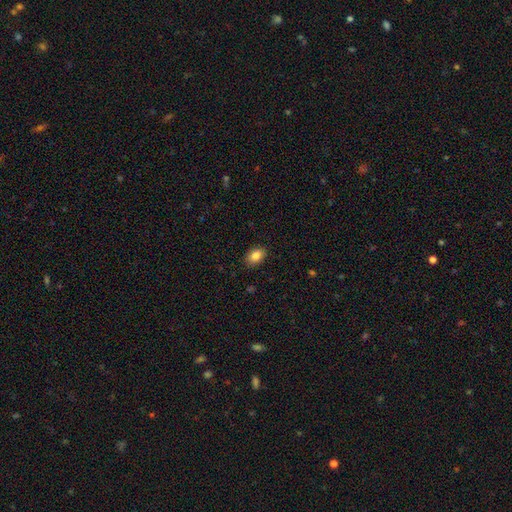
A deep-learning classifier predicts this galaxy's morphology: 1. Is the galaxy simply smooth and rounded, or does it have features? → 86% smooth, 8% star or artifact, 6% featured or disk.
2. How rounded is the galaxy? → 84% in between, 15% round, 1% cigar-shaped.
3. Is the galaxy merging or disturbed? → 88% none, 9% minor disturbance, 2% major disturbance, 1% merger.